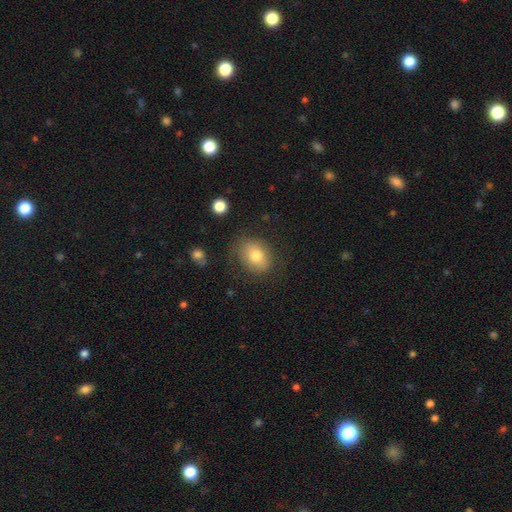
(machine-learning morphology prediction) Smooth or featured?
  - smooth: 76% *
  - featured or disk: 15%
  - star or artifact: 9%
How rounded?
  - in between: 60% *
  - round: 39%
  - cigar-shaped: 1%
Merging?
  - none: 72% *
  - minor disturbance: 18%
  - major disturbance: 8%
  - merger: 2%